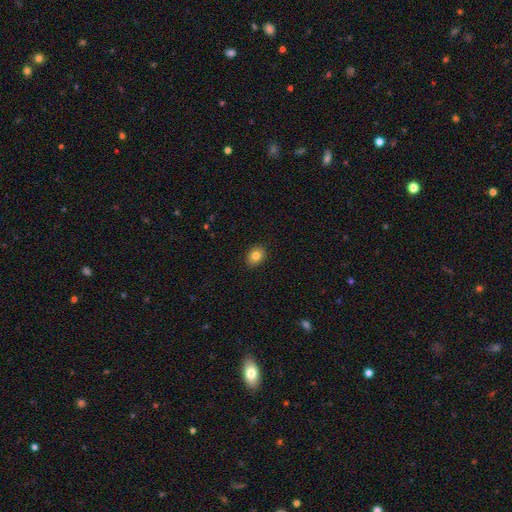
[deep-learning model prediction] smooth_or_featured: smooth (p=0.82) [alt: star or artifact p=0.10]
how_rounded: in between (p=0.51) [alt: round p=0.48]
merging: none (p=0.90) [alt: minor disturbance p=0.07]